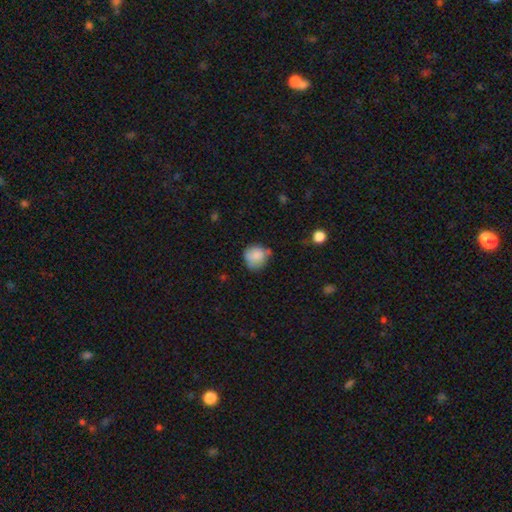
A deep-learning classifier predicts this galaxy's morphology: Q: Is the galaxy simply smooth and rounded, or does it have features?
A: smooth — 83%.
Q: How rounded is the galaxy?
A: round — 85%.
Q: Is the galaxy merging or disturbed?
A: none — 56%.